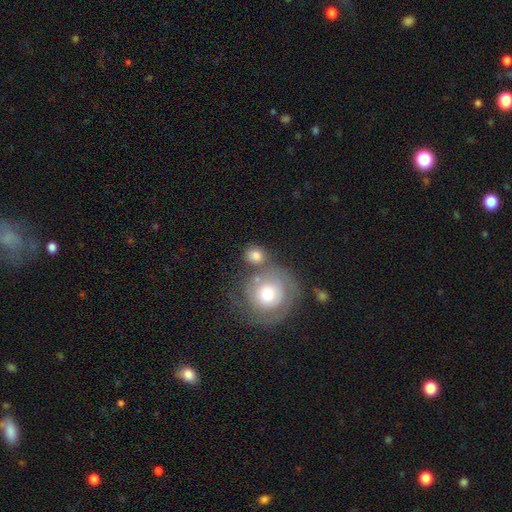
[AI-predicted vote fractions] Morphology: type=smooth (75%); roundness=round (82%); merging=none (53%).